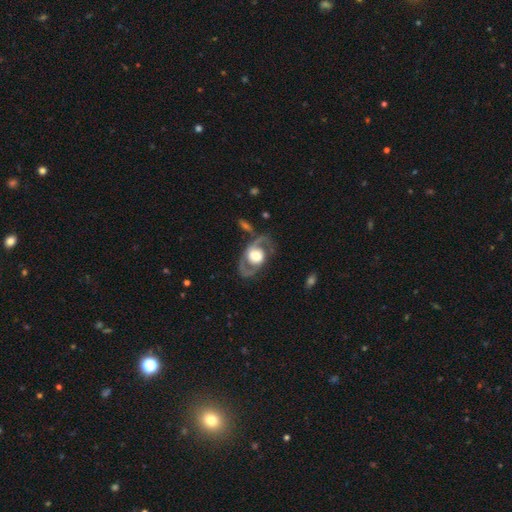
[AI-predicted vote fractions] Q: Smooth or featured?
A: featured or disk (77%); runner-up: smooth (18%)
Q: Edge-on disk?
A: no (93%); runner-up: yes (7%)
Q: Bar?
A: no (71%); runner-up: weak (22%)
Q: Spiral arms?
A: yes (76%); runner-up: no (24%)
Q: Spiral winding?
A: medium (48%); runner-up: loose (35%)
Q: Spiral arm count?
A: 2 (88%); runner-up: can't tell (5%)
Q: Bulge size?
A: large (50%); runner-up: moderate (35%)
Q: Merging?
A: none (65%); runner-up: minor disturbance (17%)